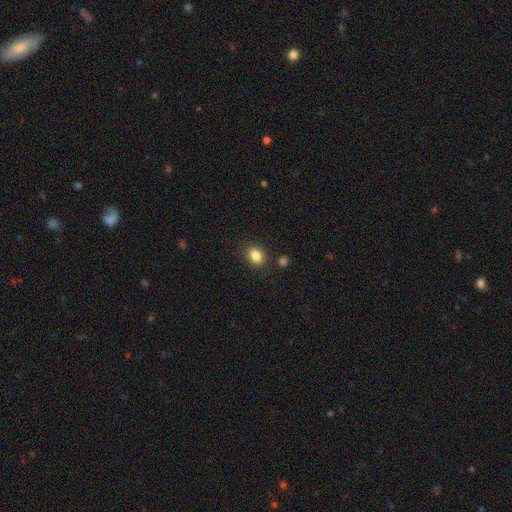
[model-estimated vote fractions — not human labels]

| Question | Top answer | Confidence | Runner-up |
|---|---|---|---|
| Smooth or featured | smooth | 84% | star or artifact (10%) |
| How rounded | in between | 65% | round (34%) |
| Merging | none | 82% | minor disturbance (11%) |